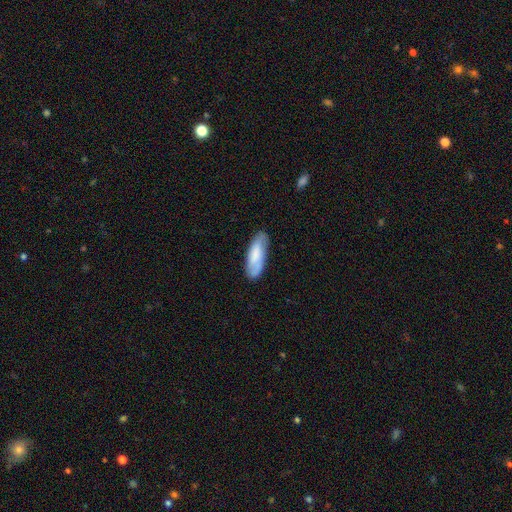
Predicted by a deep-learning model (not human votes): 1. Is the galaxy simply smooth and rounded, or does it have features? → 71% smooth, 23% featured or disk, 6% star or artifact.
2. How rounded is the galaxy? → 62% in between, 36% cigar-shaped, 2% round.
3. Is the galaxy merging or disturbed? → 77% none, 18% minor disturbance, 4% major disturbance, 2% merger.